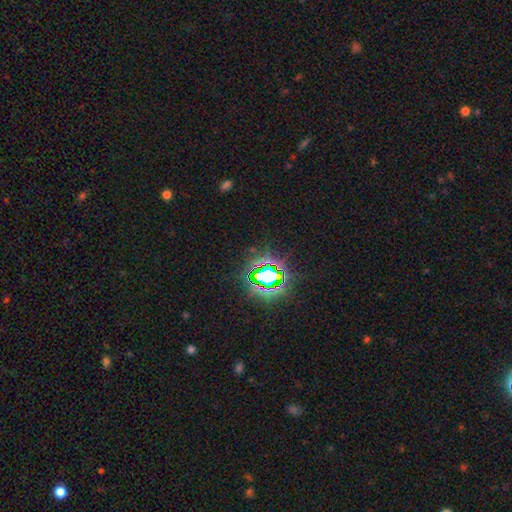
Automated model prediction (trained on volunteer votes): A star or artifact, not a galaxy (81%).

Vote fractions:
- Smooth or featured? star or artifact: 81% / smooth: 12% / featured or disk: 7%